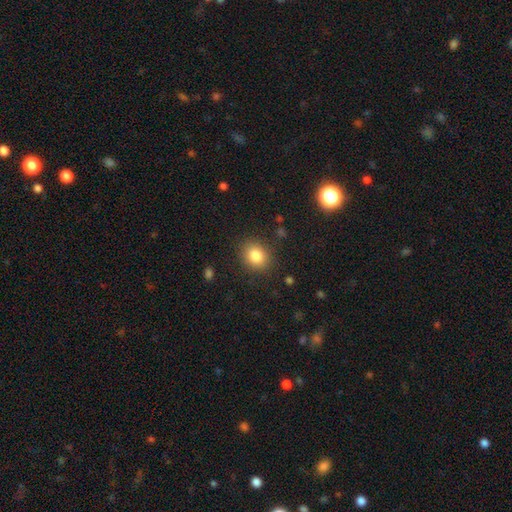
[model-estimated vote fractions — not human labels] Smooth or featured: smooth — 83% (star or artifact — 11%)
How rounded: round — 65% (in between — 34%)
Merging: none — 87% (minor disturbance — 9%)